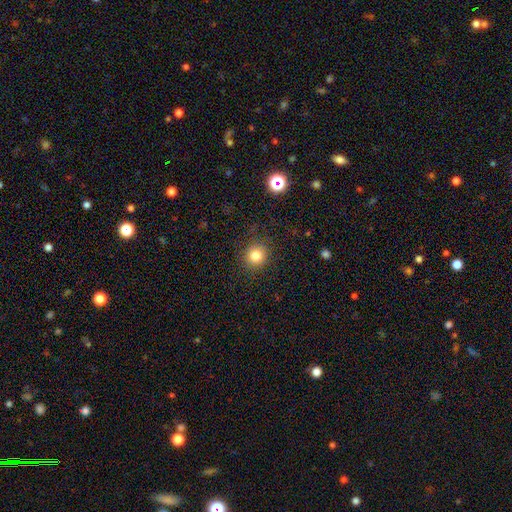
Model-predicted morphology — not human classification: This appears to be a smooth galaxy with no disk features (81%) that is round (90%). Merging: none (89%).